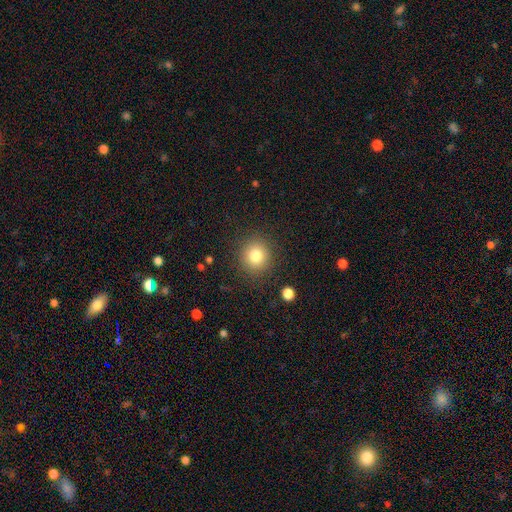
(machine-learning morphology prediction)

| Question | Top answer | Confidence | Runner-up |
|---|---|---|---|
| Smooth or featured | smooth | 80% | star or artifact (12%) |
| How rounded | round | 89% | in between (10%) |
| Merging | none | 88% | minor disturbance (8%) |